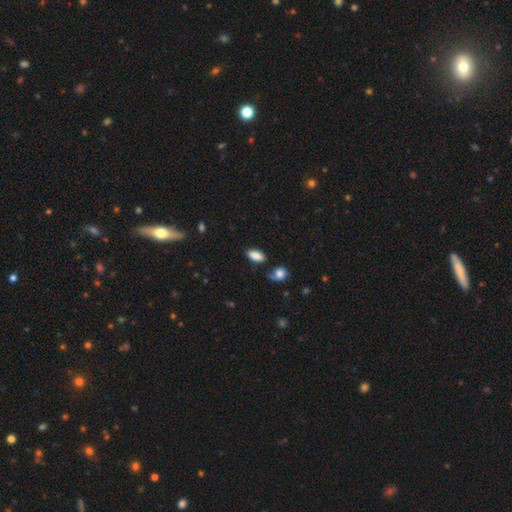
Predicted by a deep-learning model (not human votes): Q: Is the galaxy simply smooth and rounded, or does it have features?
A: smooth — 87%.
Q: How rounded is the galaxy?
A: in between — 90%.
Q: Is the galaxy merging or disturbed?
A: none — 71%.